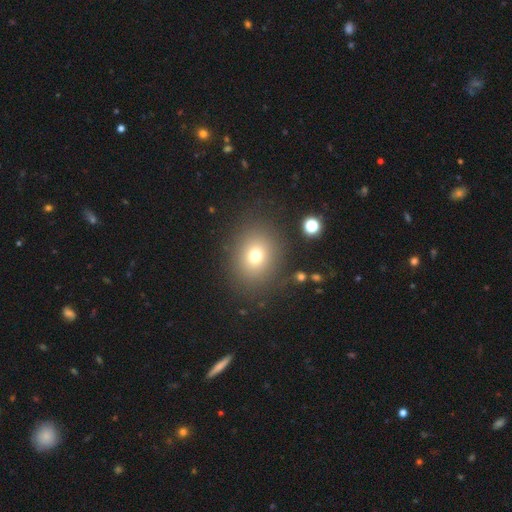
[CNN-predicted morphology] Smooth or featured?
  - smooth: 71% *
  - star or artifact: 17%
  - featured or disk: 12%
How rounded?
  - round: 62% *
  - in between: 37%
  - cigar-shaped: 1%
Merging?
  - none: 84% *
  - minor disturbance: 9%
  - major disturbance: 5%
  - merger: 2%